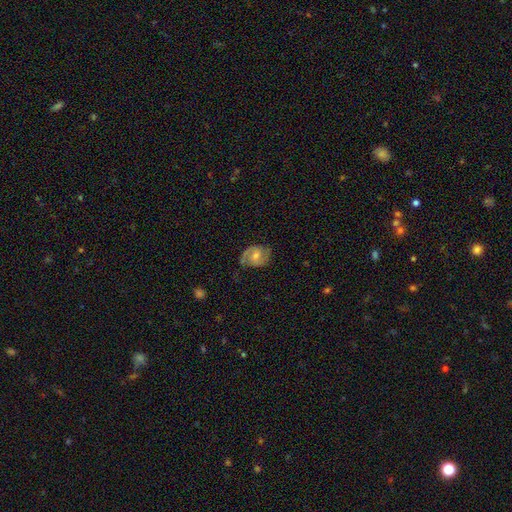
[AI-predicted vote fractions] The model was most divided on "bar": no: 46%, weak: 44%, strong: 10%. More confident: edge-on disk — no (98%); spiral arms — yes (96%); spiral arm count — 2 (90%); smooth or featured — featured or disk (83%); merging — none (76%); bulge size — moderate (55%); spiral winding — medium (50%).